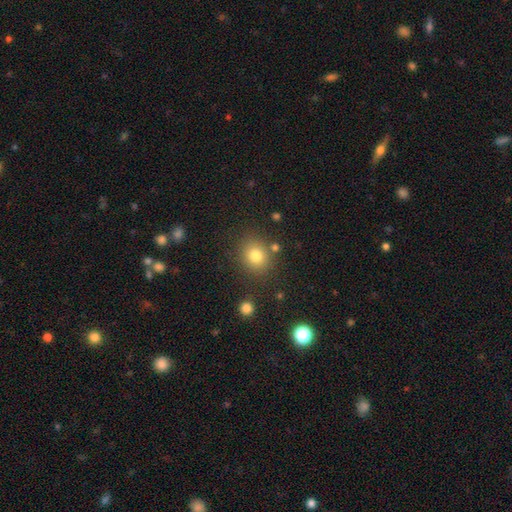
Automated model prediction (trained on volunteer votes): smooth-or-featured: smooth: 79% | star or artifact: 13% | featured or disk: 8%
  how-rounded: round: 76% | in between: 23% | cigar-shaped: 1%
  merging: none: 81% | minor disturbance: 10% | merger: 6% | major disturbance: 4%